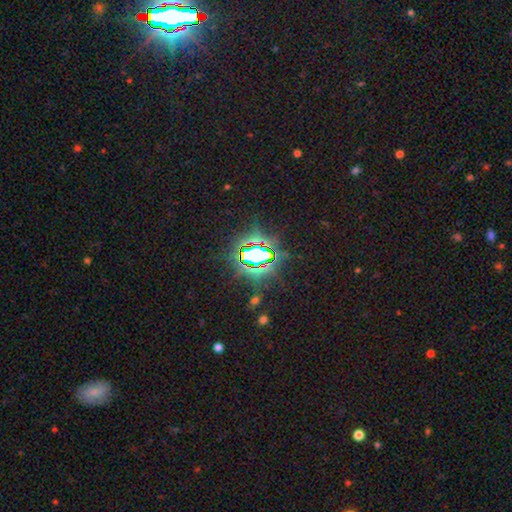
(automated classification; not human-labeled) smooth-or-featured: star or artifact: 75% | smooth: 14% | featured or disk: 10%